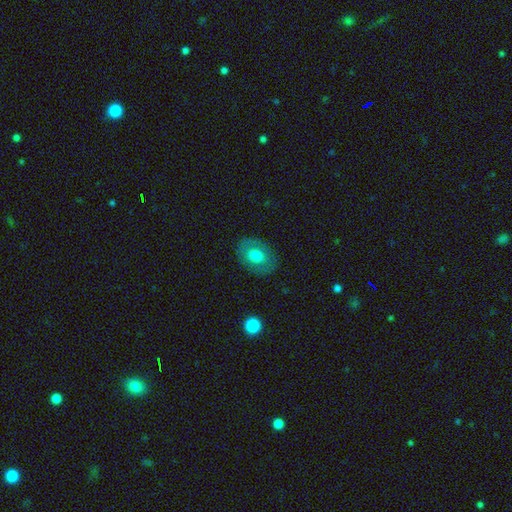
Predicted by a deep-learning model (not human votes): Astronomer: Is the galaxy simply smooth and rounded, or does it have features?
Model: smooth — 67%.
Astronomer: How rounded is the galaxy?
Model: in between — 67%.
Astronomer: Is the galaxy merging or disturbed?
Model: none — 84%.